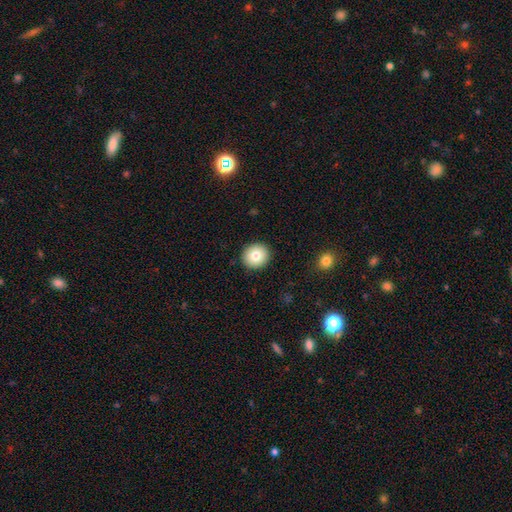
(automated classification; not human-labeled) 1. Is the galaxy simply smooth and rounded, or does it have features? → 80% smooth, 11% featured or disk, 9% star or artifact.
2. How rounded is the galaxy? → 90% round, 9% in between, 1% cigar-shaped.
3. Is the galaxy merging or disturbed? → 92% none, 5% minor disturbance, 2% major disturbance, 1% merger.